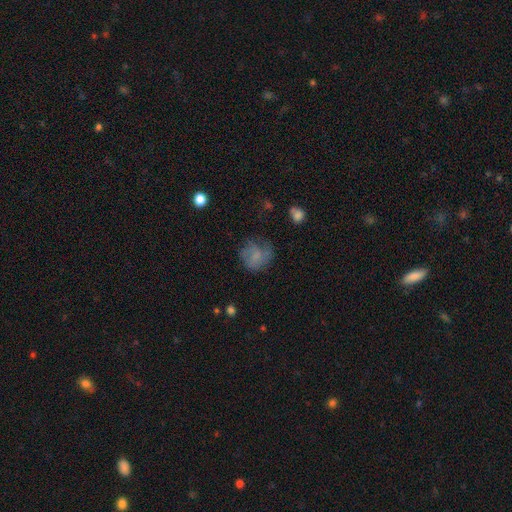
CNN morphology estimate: type=smooth (57%); roundness=round (76%); merging=none (53%).